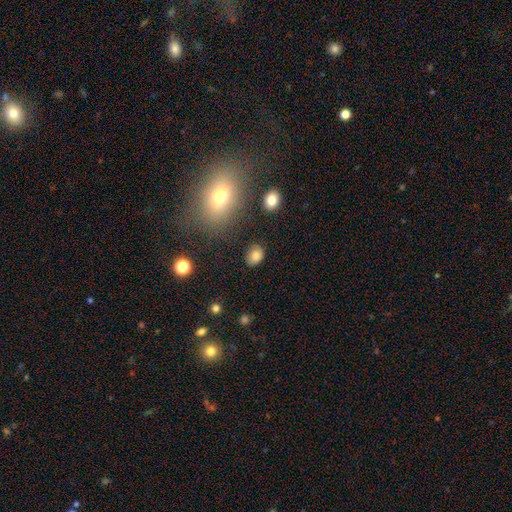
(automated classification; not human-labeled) Smooth or featured? Predicted: smooth (p=0.82). How rounded? Predicted: in between (p=0.67). Merging? Predicted: none (p=0.81).